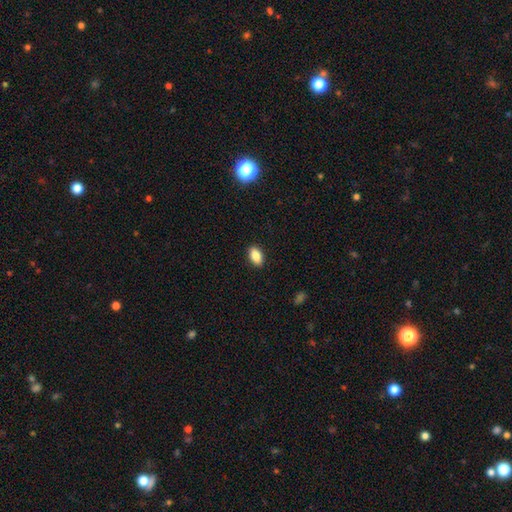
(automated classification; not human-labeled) The model was most divided on "smooth or featured": smooth: 86%, star or artifact: 8%, featured or disk: 6%. More confident: how rounded — in between (90%); merging — none (89%).